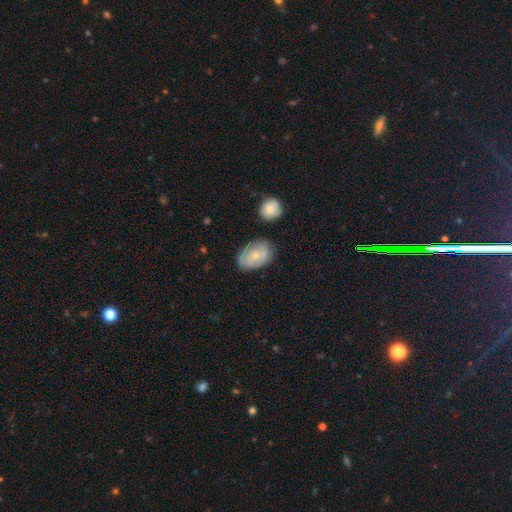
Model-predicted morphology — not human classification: smooth-or-featured: smooth: 51% | featured or disk: 43% | star or artifact: 7%
  how-rounded: in between: 85% | round: 14% | cigar-shaped: 1%
  merging: none: 72% | minor disturbance: 20% | major disturbance: 4% | merger: 4%